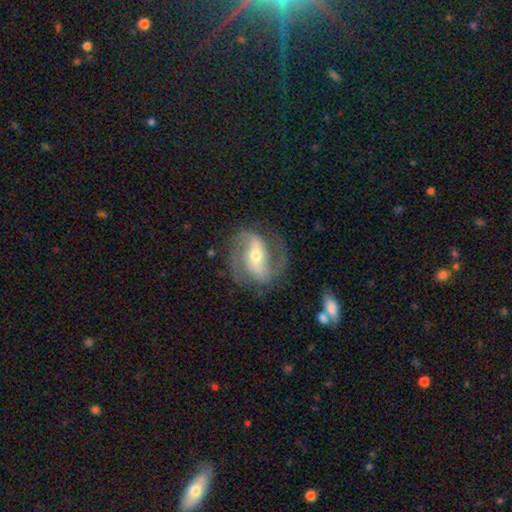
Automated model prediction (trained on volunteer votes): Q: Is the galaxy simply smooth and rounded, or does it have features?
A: featured or disk — 87%.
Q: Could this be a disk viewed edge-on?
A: no — 96%.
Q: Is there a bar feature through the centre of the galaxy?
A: strong — 52%.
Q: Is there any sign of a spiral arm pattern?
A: yes — 95%.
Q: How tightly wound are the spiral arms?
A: medium — 51%.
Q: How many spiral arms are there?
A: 2 — 88%.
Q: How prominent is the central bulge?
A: moderate — 56%.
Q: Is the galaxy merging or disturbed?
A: none — 75%.